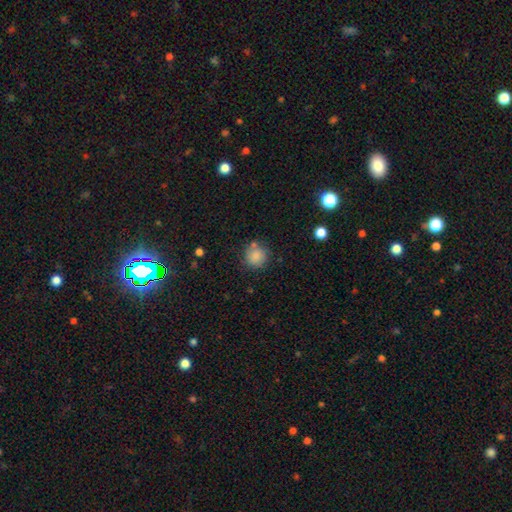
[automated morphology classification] smooth_or_featured: smooth (p=0.85) [alt: star or artifact p=0.10]
how_rounded: round (p=0.88) [alt: in between p=0.11]
merging: none (p=0.73) [alt: minor disturbance p=0.14]